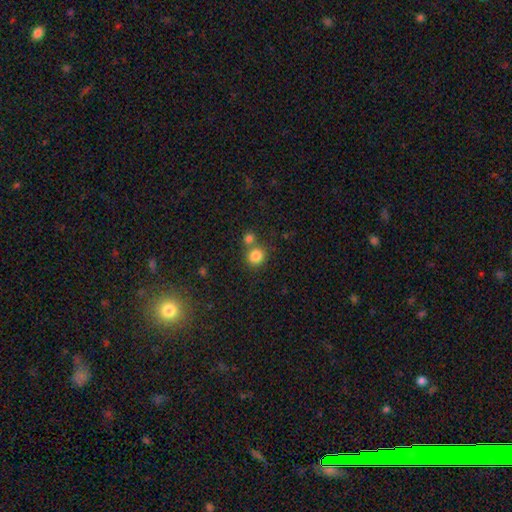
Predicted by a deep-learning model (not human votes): Overall: smooth (83%). How rounded: round (85%). Merging: none (61%; merger 28%).